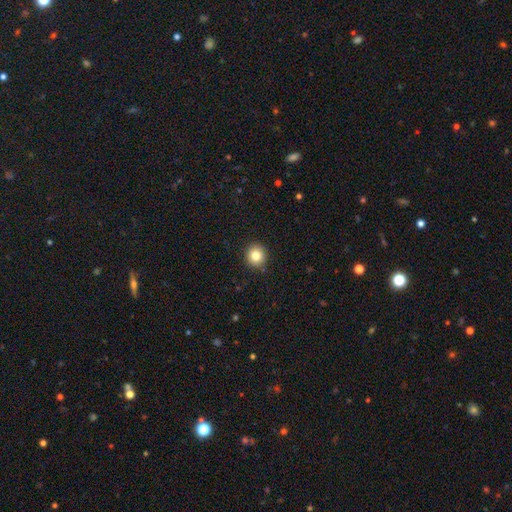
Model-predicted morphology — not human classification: Smooth or featured?
  - smooth: 83% *
  - star or artifact: 11%
  - featured or disk: 7%
How rounded?
  - round: 92% *
  - in between: 7%
  - cigar-shaped: 1%
Merging?
  - none: 91% *
  - minor disturbance: 6%
  - major disturbance: 2%
  - merger: 1%